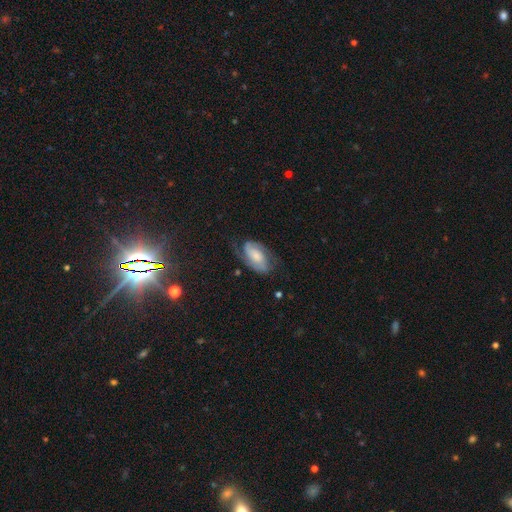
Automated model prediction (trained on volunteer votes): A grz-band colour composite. It shows a featured or disk galaxy (73%) with no bar (53%), 2 (82%) medium (45%) spiral arms (94%) and a moderate central bulge (34%). Merging: none (62%).